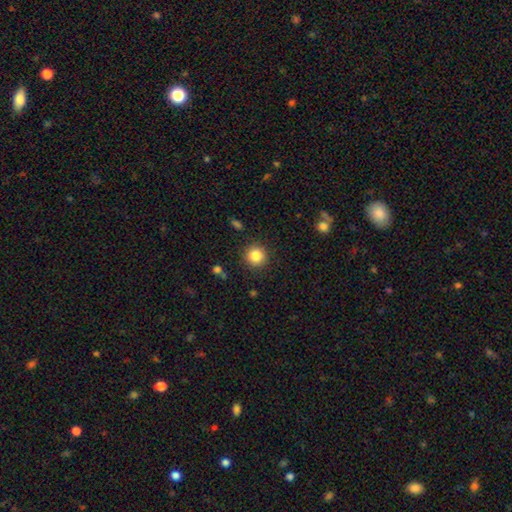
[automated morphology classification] Q: Smooth or featured?
A: smooth (85%); runner-up: star or artifact (10%)
Q: How rounded?
A: round (93%); runner-up: in between (6%)
Q: Merging?
A: none (89%); runner-up: minor disturbance (7%)